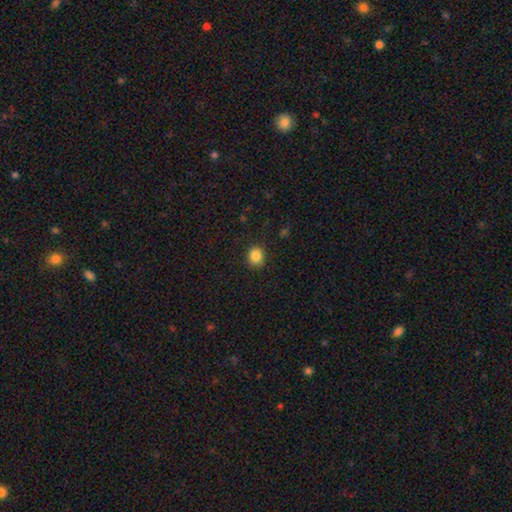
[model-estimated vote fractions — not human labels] Morphology: type=smooth (85%); roundness=round (79%); merging=none (87%).